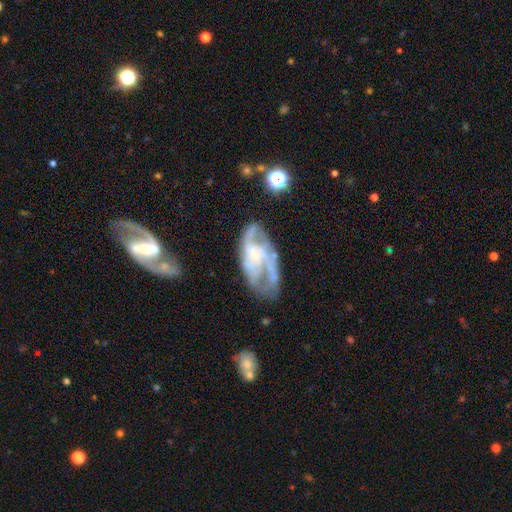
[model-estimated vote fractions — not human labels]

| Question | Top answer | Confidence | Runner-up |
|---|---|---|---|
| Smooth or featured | featured or disk | 77% | smooth (16%) |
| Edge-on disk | no | 95% | yes (5%) |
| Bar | no | 64% | weak (29%) |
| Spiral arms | yes | 79% | no (21%) |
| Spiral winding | medium | 45% | tight (32%) |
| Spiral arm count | can't tell | 34% | 2 (27%) |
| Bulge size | small | 50% | moderate (24%) |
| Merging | none | 49% | minor disturbance (23%) |